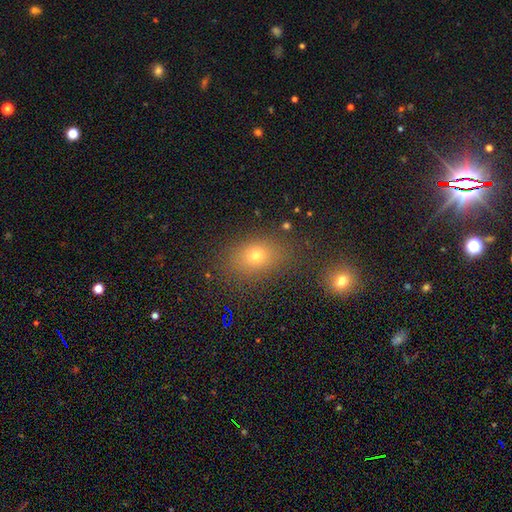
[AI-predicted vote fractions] The model was most divided on "how rounded": in between: 68%, round: 30%, cigar-shaped: 2%. More confident: merging — none (78%); smooth or featured — smooth (69%).